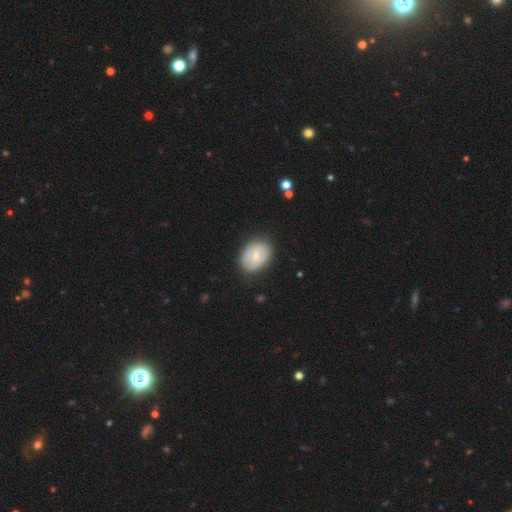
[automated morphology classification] The model was most divided on "smooth or featured": smooth: 53%, featured or disk: 41%, star or artifact: 6%. More confident: merging — none (78%); how rounded — in between (69%).